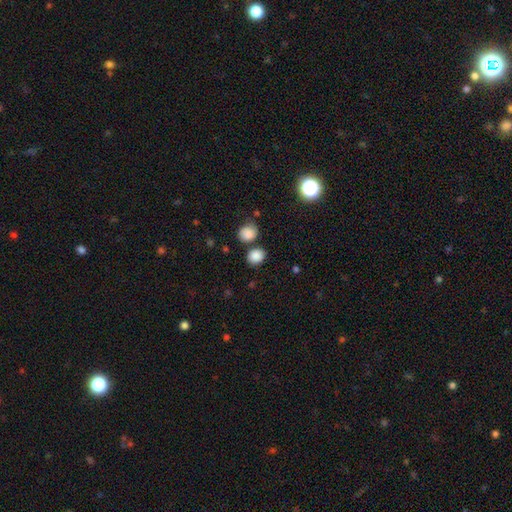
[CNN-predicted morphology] This is clearly a smooth galaxy (86%). How rounded: possibly round (59%). Merging: likely none (71%).